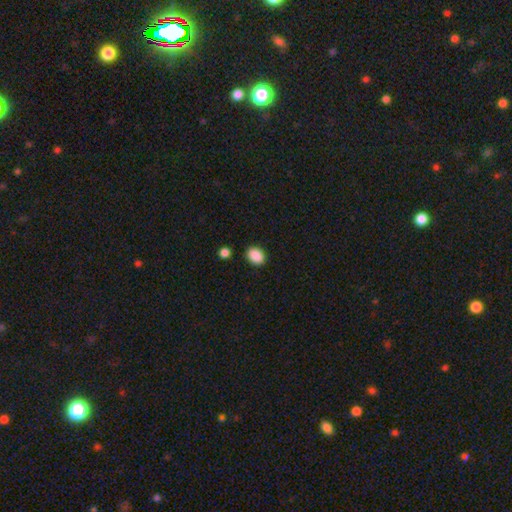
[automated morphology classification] Overall: smooth (89%). How rounded: in between (65%; round 34%). Merging: none (87%).